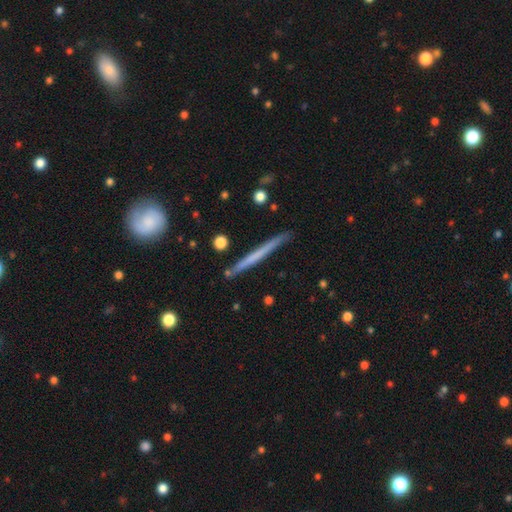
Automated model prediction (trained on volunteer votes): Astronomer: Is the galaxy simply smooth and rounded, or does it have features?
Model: featured or disk — 49% (runner-up: smooth, 45%).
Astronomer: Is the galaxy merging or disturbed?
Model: none — 87%.